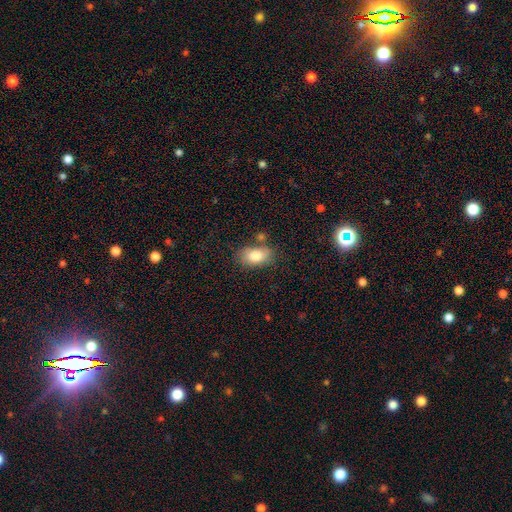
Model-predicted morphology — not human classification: A smooth galaxy with no disk features (83%) that is in between round and cigar-shaped (91%).

Vote fractions:
- Smooth or featured? smooth: 83% / featured or disk: 10% / star or artifact: 7%
- How rounded? in between: 91% / round: 7% / cigar-shaped: 2%
- Merging? none: 70% / minor disturbance: 17% / merger: 9% / major disturbance: 4%